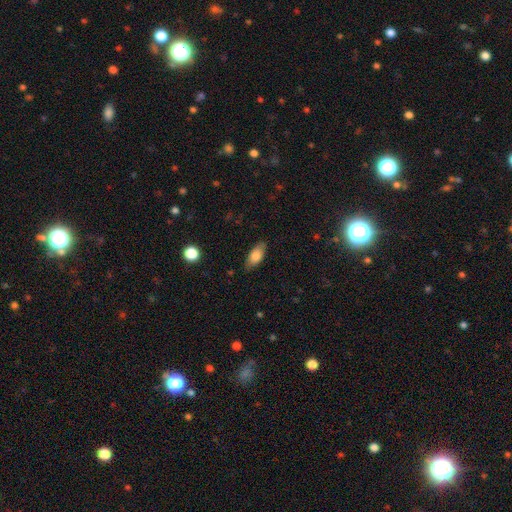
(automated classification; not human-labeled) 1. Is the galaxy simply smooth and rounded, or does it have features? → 80% smooth, 13% featured or disk, 7% star or artifact.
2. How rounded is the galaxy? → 86% in between, 11% cigar-shaped, 3% round.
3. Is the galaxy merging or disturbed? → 80% none, 15% minor disturbance, 3% major disturbance, 1% merger.